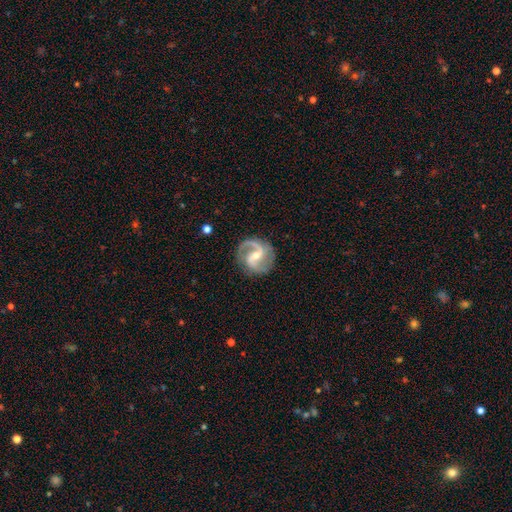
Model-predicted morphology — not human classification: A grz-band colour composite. It shows a featured or disk galaxy (91%) with a weak bar (47%), 2 (92%) medium (59%) spiral arms (98%) and a small central bulge (51%). Merging: none (82%).